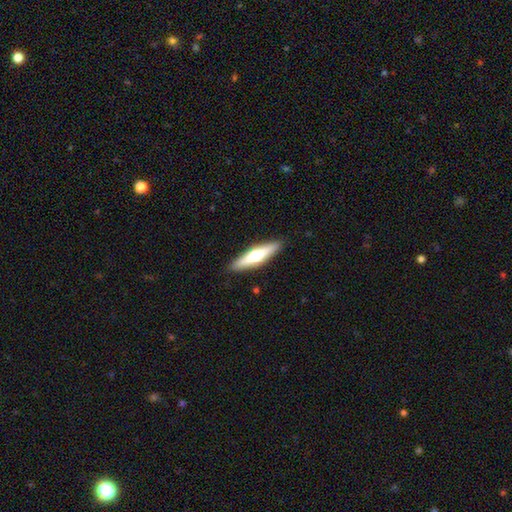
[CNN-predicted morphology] Q: Smooth or featured?
A: smooth (49%); runner-up: featured or disk (46%)
Q: Merging?
A: none (90%); runner-up: minor disturbance (7%)